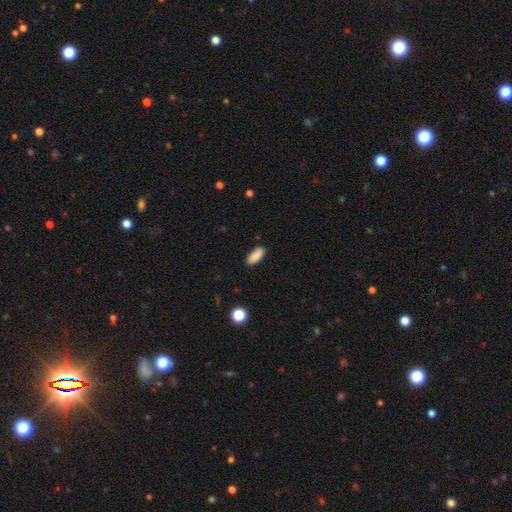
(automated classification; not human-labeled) This appears to be a smooth galaxy with no disk features (89%) that is in between round and cigar-shaped (80%). Merging: none (88%).